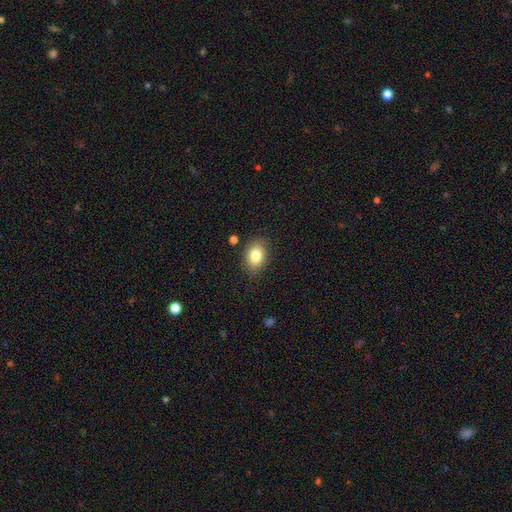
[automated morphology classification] Q: Smooth or featured?
A: smooth (82%); runner-up: featured or disk (9%)
Q: How rounded?
A: in between (77%); runner-up: round (22%)
Q: Merging?
A: none (82%); runner-up: minor disturbance (13%)